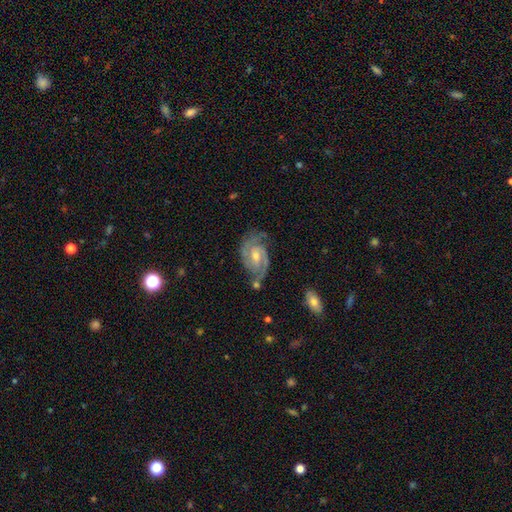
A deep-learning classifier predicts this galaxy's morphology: Smooth or featured?
  - featured or disk: 89% *
  - star or artifact: 6%
  - smooth: 6%
Edge-on disk?
  - no: 97% *
  - yes: 3%
Bar?
  - weak: 50% *
  - no: 35%
  - strong: 15%
Spiral arms?
  - yes: 98% *
  - no: 2%
Spiral winding?
  - tight: 48% *
  - medium: 44%
  - loose: 8%
Spiral arm count?
  - 2: 82% *
  - 3: 8%
  - can't tell: 5%
  - 1: 2%
  - 4: 2%
  - more than 4: 2%
Bulge size?
  - moderate: 53% *
  - small: 42%
  - none: 2%
  - large: 2%
  - dominant: 1%
Merging?
  - none: 73% *
  - minor disturbance: 17%
  - major disturbance: 6%
  - merger: 4%